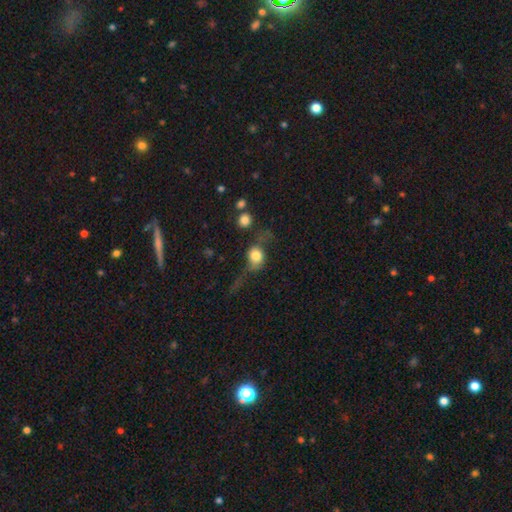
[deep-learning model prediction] Morphology: type=smooth (55%); roundness=round (63%); merging=none (42%).